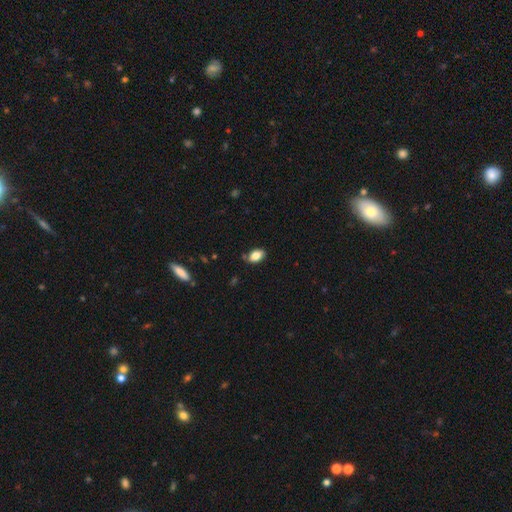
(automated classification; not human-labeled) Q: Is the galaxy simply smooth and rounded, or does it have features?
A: smooth — 81%.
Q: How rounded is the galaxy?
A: in between — 89%.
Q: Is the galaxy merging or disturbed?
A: none — 79%.